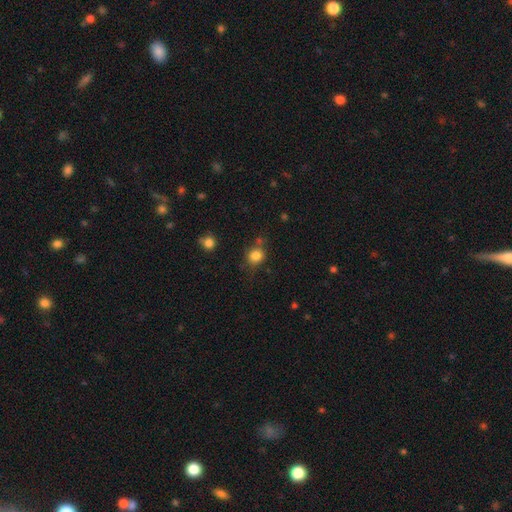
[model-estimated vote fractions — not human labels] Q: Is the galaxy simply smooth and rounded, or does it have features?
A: smooth — 83%.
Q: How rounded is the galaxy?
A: round — 74%.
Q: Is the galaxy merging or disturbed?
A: none — 69%.